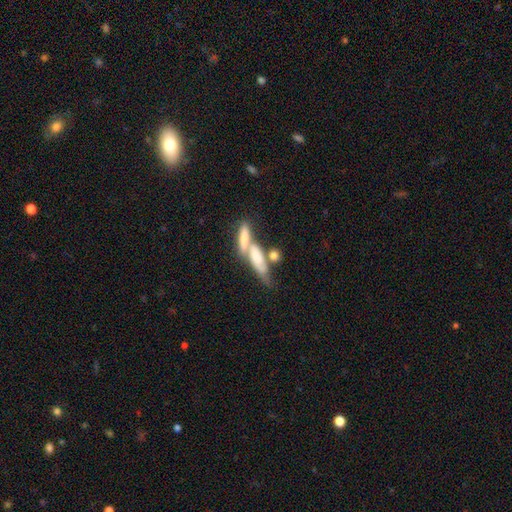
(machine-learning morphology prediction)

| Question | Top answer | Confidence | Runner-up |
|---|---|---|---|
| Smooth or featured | smooth | 48% | featured or disk (41%) |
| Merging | merger | 54% | none (26%) |